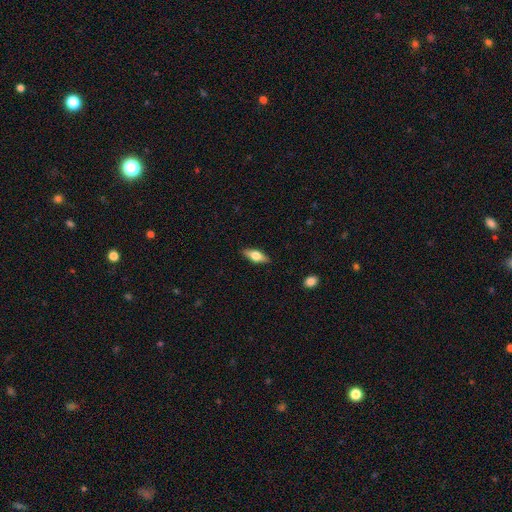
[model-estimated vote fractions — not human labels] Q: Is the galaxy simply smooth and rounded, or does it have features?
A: smooth — 50%.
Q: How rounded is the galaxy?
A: in between — 64%.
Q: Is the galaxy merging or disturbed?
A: none — 87%.